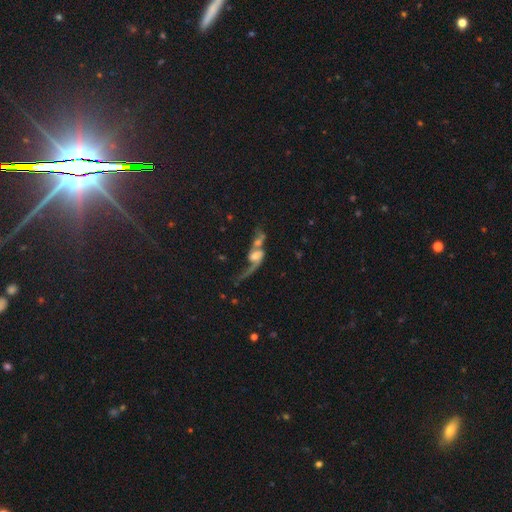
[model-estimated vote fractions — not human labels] Smooth or featured? Predicted: featured or disk (p=0.61). Edge-on disk? Predicted: no (p=0.88). Bar? Predicted: no (p=0.60). Spiral arms? Predicted: yes (p=0.67). Bulge size? Predicted: moderate (p=0.39). Merging? Predicted: merger (p=0.56).